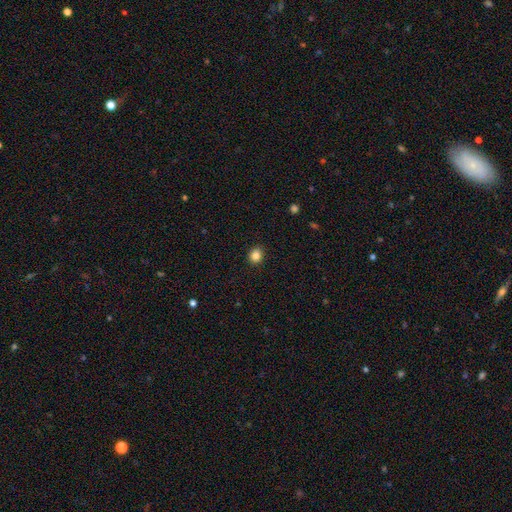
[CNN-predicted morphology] smooth 84%, star or artifact 11%, featured or disk 5%. Down the decision tree: how rounded — round (75%); merging — none (91%).